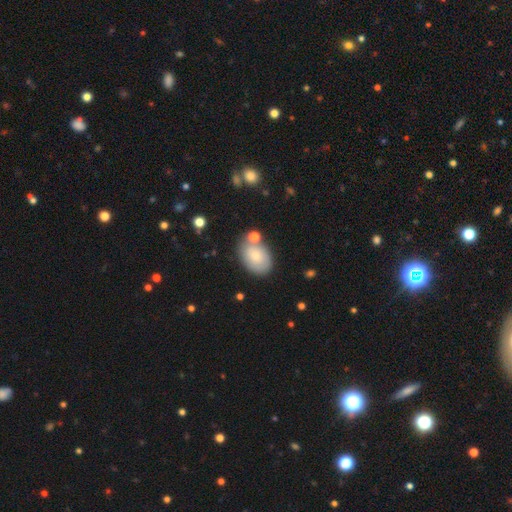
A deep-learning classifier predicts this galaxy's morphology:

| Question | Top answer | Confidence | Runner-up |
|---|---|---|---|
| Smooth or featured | smooth | 76% | featured or disk (17%) |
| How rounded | in between | 82% | round (17%) |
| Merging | none | 69% | minor disturbance (16%) |